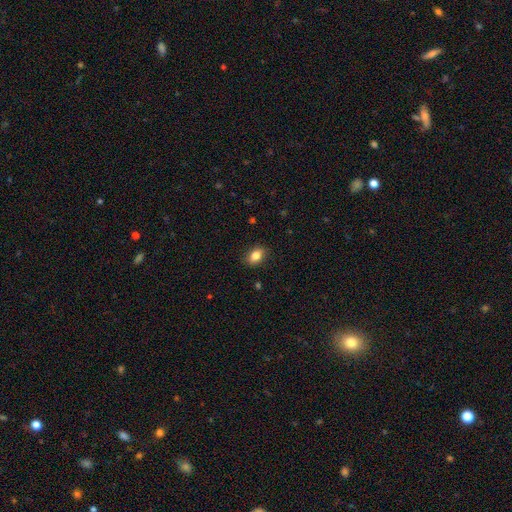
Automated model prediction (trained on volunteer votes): Q: Smooth or featured?
A: smooth (83%); runner-up: featured or disk (9%)
Q: How rounded?
A: in between (83%); runner-up: round (15%)
Q: Merging?
A: none (87%); runner-up: minor disturbance (10%)